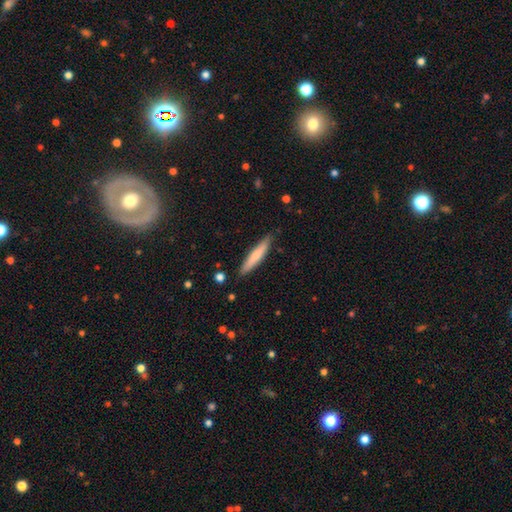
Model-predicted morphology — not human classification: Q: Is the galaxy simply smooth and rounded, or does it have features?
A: smooth — 74%.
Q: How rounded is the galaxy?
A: cigar-shaped — 90%.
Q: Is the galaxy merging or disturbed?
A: none — 87%.